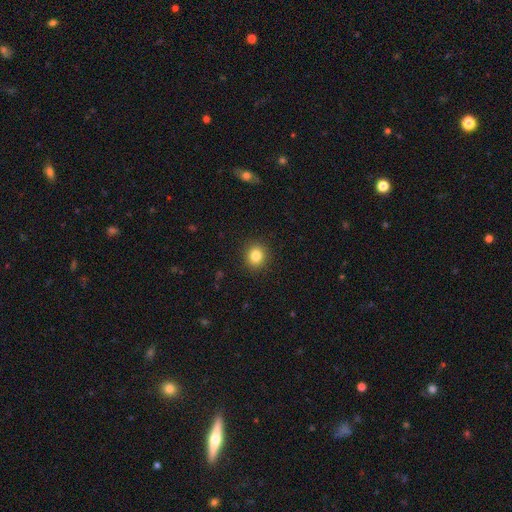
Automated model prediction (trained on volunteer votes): The model was most divided on "how rounded": round: 83%, in between: 16%, cigar-shaped: 1%. More confident: merging — none (91%); smooth or featured — smooth (83%).